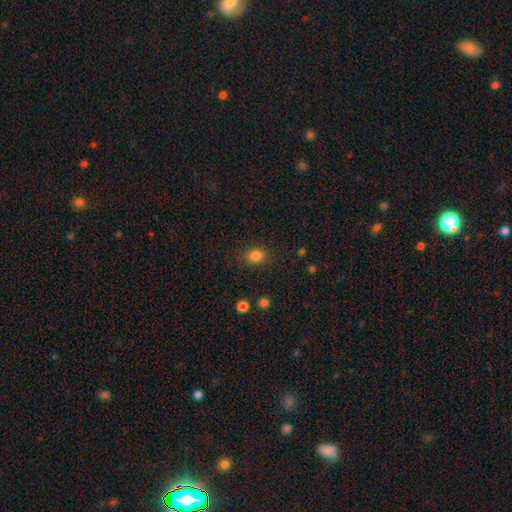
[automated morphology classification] The model was most divided on "how rounded": round: 53%, in between: 46%, cigar-shaped: 1%. More confident: merging — none (84%); smooth or featured — smooth (83%).